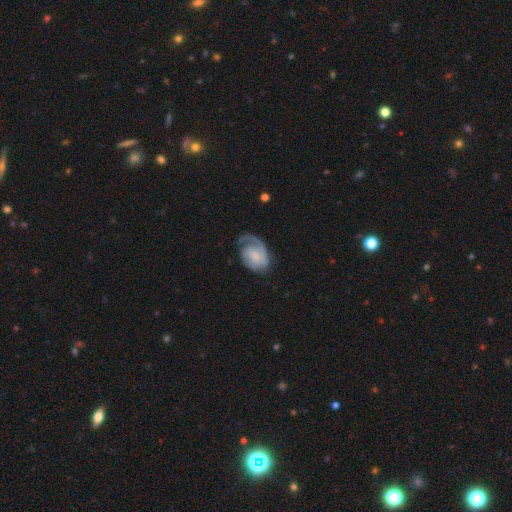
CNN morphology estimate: This is likely a featured or disk galaxy (67%). It is clearly not viewed edge-on (97%). Bar: likely no (67%). Spiral arm pattern: clearly yes (91%). Spiral arm count: likely 1 (69%). Spiral winding: marginally tight (43%). Central bulge: marginally small (42%). Merging: possibly none (46%).